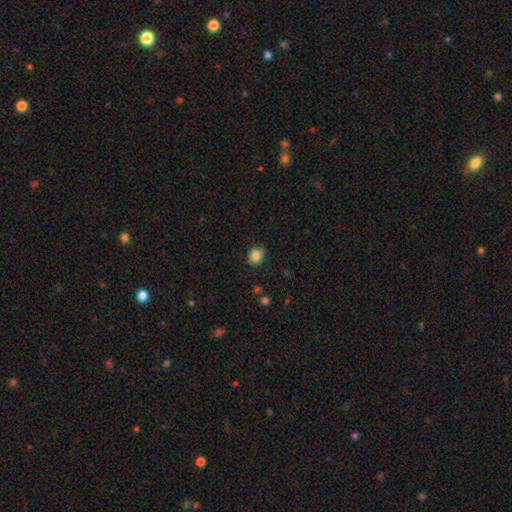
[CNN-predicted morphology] Smooth or featured? Predicted: smooth (p=0.86). How rounded? Predicted: round (p=0.60). Merging? Predicted: none (p=0.78).